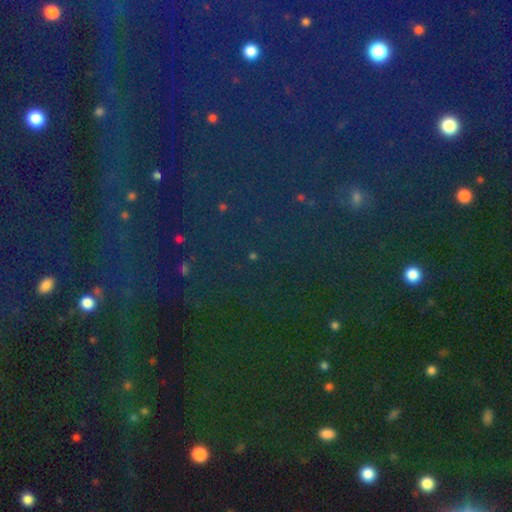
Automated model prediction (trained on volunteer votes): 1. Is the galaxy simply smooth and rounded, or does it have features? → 78% star or artifact, 14% smooth, 8% featured or disk.